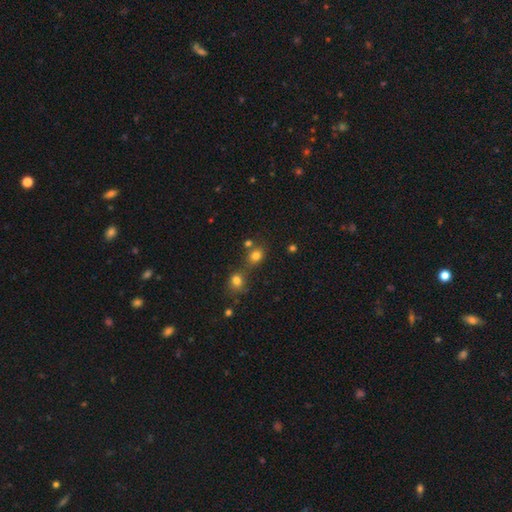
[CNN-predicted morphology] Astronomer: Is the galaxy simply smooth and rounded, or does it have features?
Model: smooth — 78%.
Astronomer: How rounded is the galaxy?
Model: round — 63%.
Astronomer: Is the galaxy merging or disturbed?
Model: none — 55% (runner-up: merger, 30%).